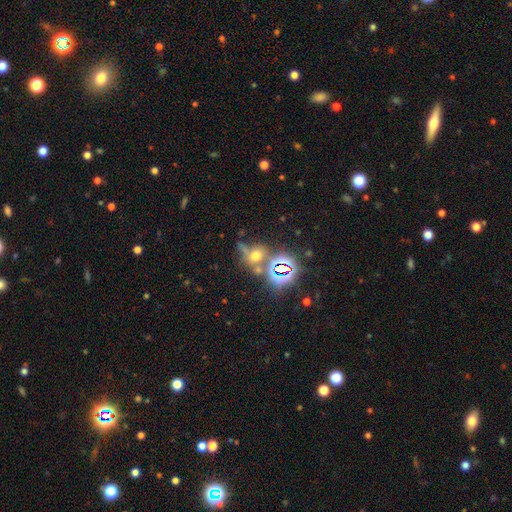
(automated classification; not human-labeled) Smooth or featured? star or artifact (42%)